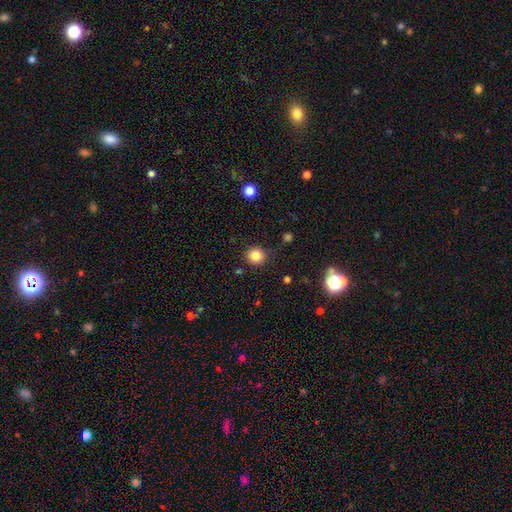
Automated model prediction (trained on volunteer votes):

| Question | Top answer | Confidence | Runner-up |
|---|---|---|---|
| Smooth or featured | smooth | 84% | star or artifact (11%) |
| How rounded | round | 90% | in between (9%) |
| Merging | none | 86% | minor disturbance (9%) |